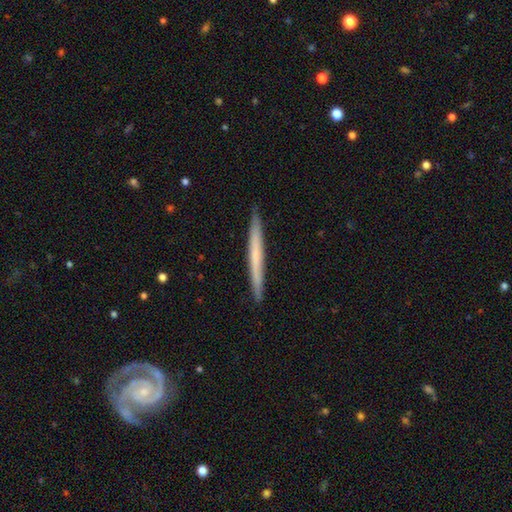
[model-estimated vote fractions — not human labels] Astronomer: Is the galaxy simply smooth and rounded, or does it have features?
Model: smooth — 51% (runner-up: featured or disk, 43%).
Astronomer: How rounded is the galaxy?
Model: cigar-shaped — 97%.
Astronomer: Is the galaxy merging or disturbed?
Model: none — 92%.